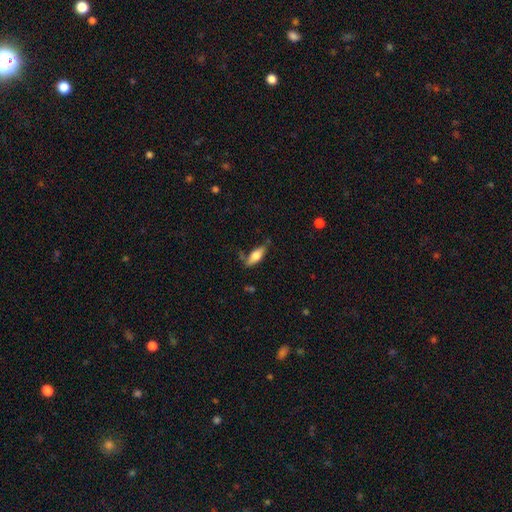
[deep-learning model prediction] smooth_or_featured: smooth (p=0.67) [alt: featured or disk p=0.26]
how_rounded: in between (p=0.67) [alt: cigar-shaped p=0.30]
merging: none (p=0.67) [alt: minor disturbance p=0.21]